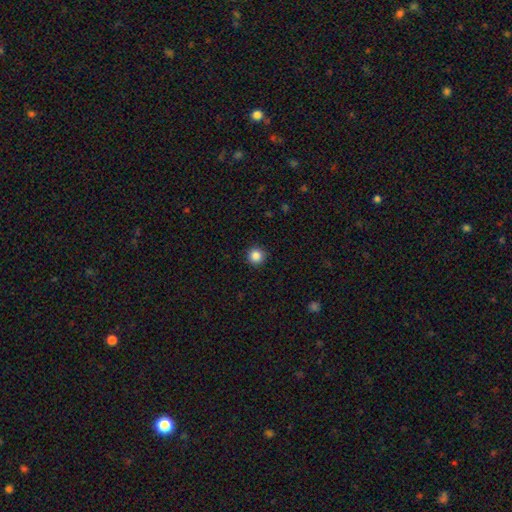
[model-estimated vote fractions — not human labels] Q: Smooth or featured?
A: smooth (85%); runner-up: star or artifact (11%)
Q: How rounded?
A: round (96%); runner-up: in between (3%)
Q: Merging?
A: none (92%); runner-up: minor disturbance (5%)